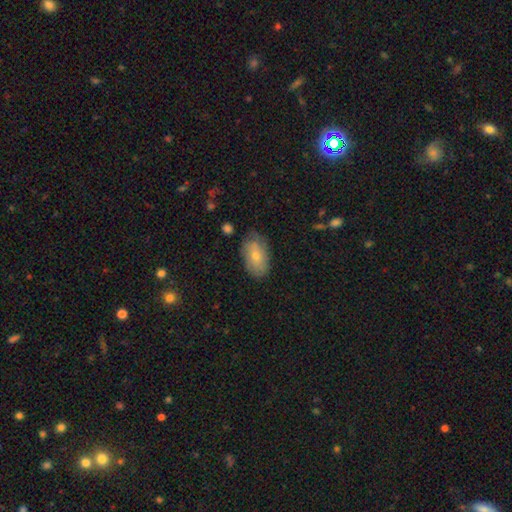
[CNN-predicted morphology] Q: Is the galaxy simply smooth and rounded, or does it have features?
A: smooth — 56%.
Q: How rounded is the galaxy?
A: in between — 91%.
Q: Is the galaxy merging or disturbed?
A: none — 76%.